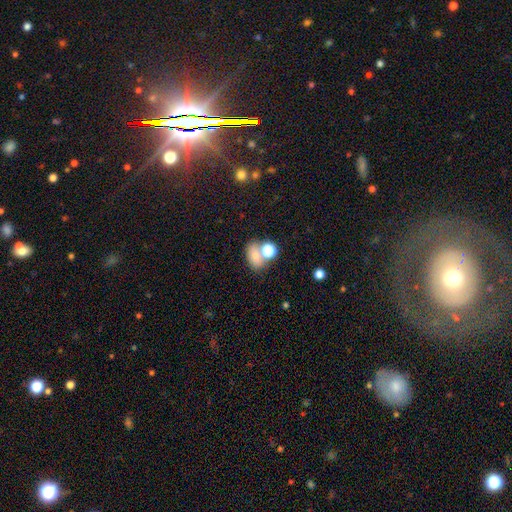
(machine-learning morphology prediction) Smooth or featured? Predicted: smooth (p=0.74). How rounded? Predicted: in between (p=0.71). Merging? Predicted: none (p=0.43).